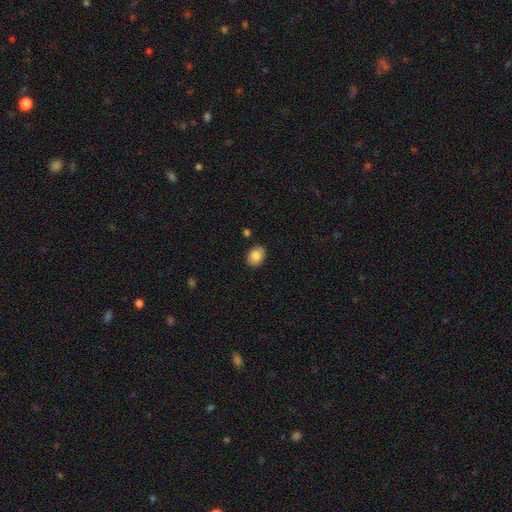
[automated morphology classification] Q: Smooth or featured?
A: smooth (85%); runner-up: featured or disk (8%)
Q: How rounded?
A: in between (73%); runner-up: round (26%)
Q: Merging?
A: none (86%); runner-up: minor disturbance (10%)